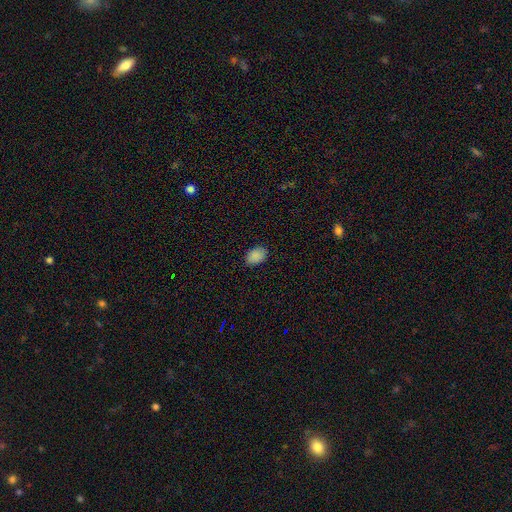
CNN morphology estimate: Smooth or featured: smooth — 88% (star or artifact — 8%)
How rounded: in between — 84% (round — 15%)
Merging: none — 85% (minor disturbance — 12%)